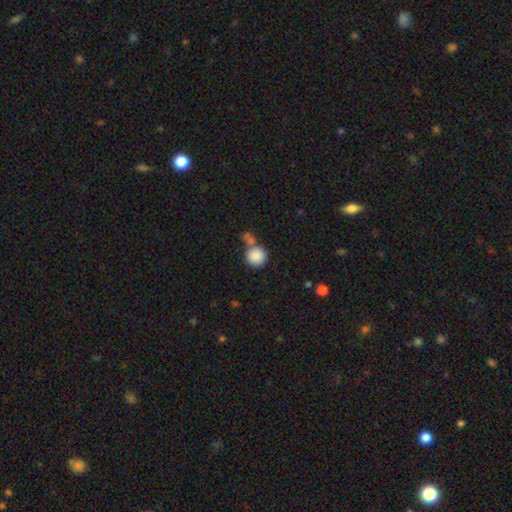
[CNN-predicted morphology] smooth_or_featured: smooth (p=0.87) [alt: star or artifact p=0.08]
how_rounded: round (p=0.92) [alt: in between p=0.07]
merging: none (p=0.56) [alt: merger p=0.28]